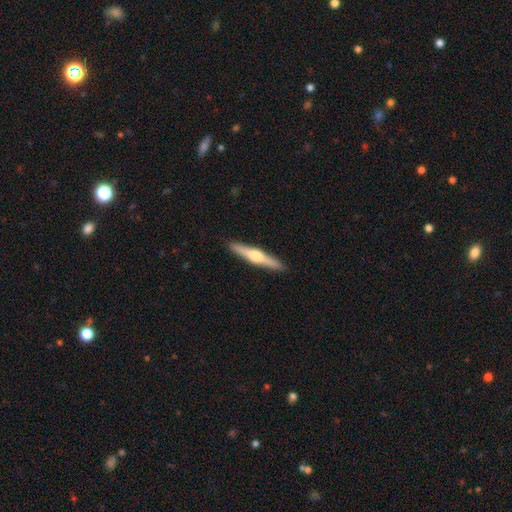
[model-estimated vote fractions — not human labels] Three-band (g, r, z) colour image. It shows a featured or disk galaxy (64%) viewed edge-on (97%) with a rounded central bulge (93%). Merging: none (92%).